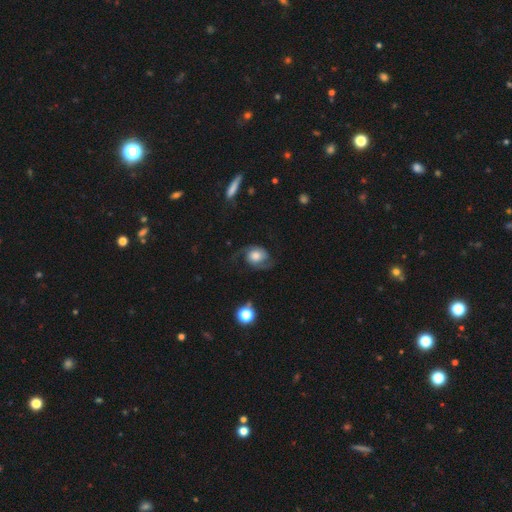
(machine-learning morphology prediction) Q: Smooth or featured?
A: featured or disk (74%); runner-up: smooth (19%)
Q: Edge-on disk?
A: no (98%); runner-up: yes (2%)
Q: Bar?
A: no (72%); runner-up: weak (23%)
Q: Spiral arms?
A: yes (95%); runner-up: no (5%)
Q: Spiral winding?
A: loose (47%); runner-up: medium (40%)
Q: Spiral arm count?
A: 2 (90%); runner-up: 1 (4%)
Q: Bulge size?
A: large (40%); runner-up: moderate (36%)
Q: Merging?
A: none (65%); runner-up: minor disturbance (17%)